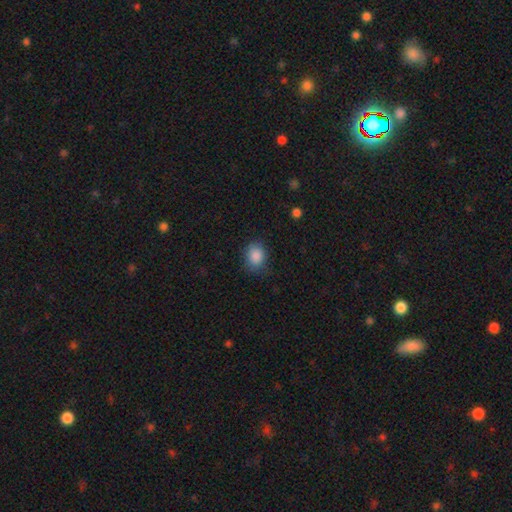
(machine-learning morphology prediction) Q: Smooth or featured?
A: smooth (87%); runner-up: star or artifact (9%)
Q: How rounded?
A: round (53%); runner-up: in between (46%)
Q: Merging?
A: none (76%); runner-up: minor disturbance (18%)